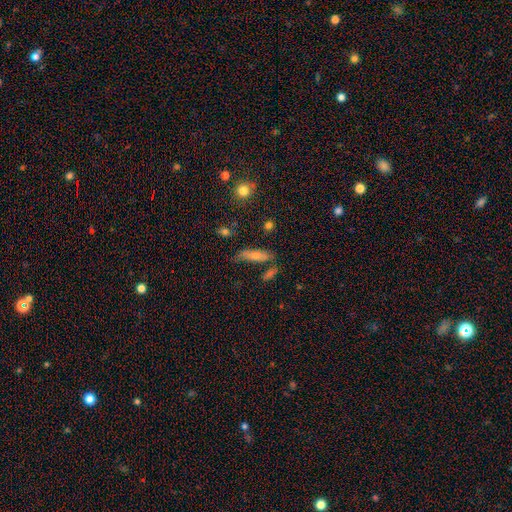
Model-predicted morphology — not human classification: A smooth galaxy with no disk features (68%) that is cigar-shaped (58%). Merging: none (59%).